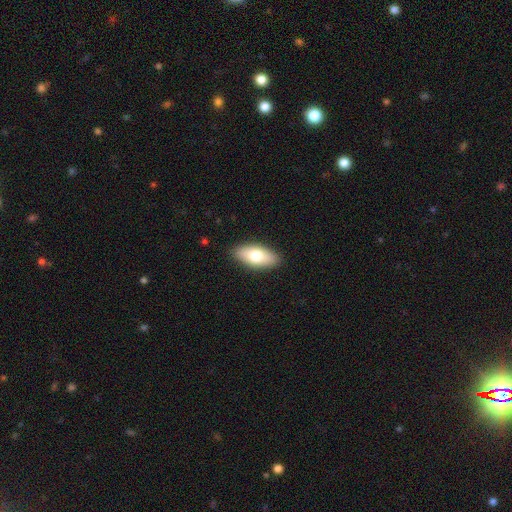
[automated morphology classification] This appears to be a smooth galaxy with no disk features (73%) that is in between round and cigar-shaped (86%). Merging: none (88%).